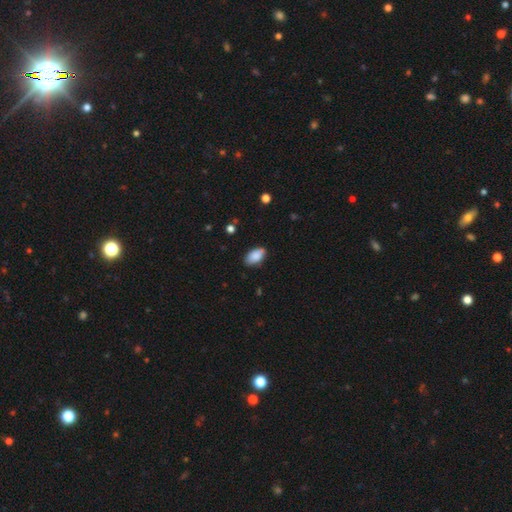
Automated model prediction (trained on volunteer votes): smooth-or-featured: smooth: 87% | star or artifact: 7% | featured or disk: 6%
  how-rounded: in between: 93% | round: 4% | cigar-shaped: 3%
  merging: none: 80% | minor disturbance: 16% | major disturbance: 3% | merger: 1%